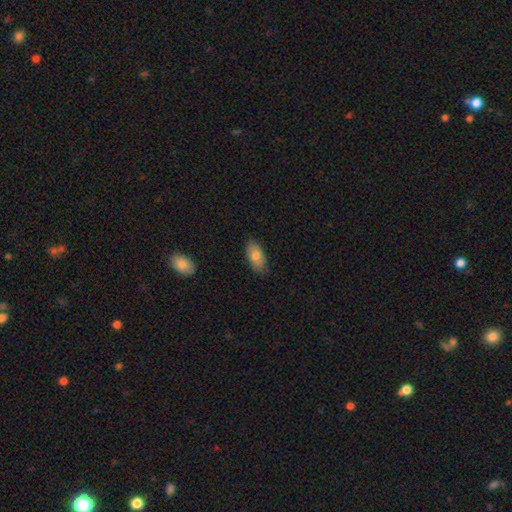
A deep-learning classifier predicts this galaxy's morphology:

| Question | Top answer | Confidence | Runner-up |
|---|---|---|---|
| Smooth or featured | smooth | 79% | featured or disk (15%) |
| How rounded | in between | 92% | cigar-shaped (5%) |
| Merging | none | 82% | minor disturbance (14%) |